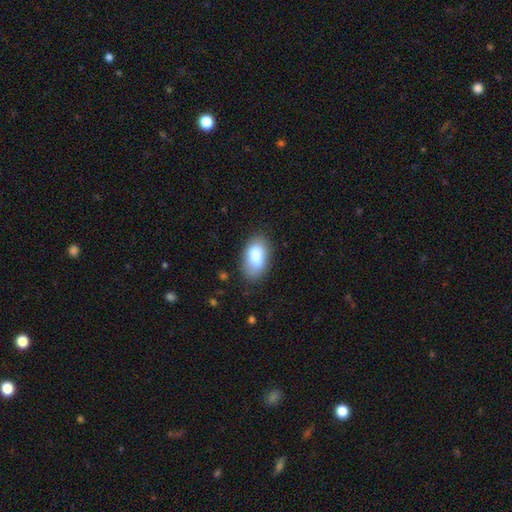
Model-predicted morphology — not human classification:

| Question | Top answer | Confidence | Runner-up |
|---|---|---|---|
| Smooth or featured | smooth | 84% | featured or disk (9%) |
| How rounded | in between | 93% | round (5%) |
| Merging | none | 77% | minor disturbance (16%) |